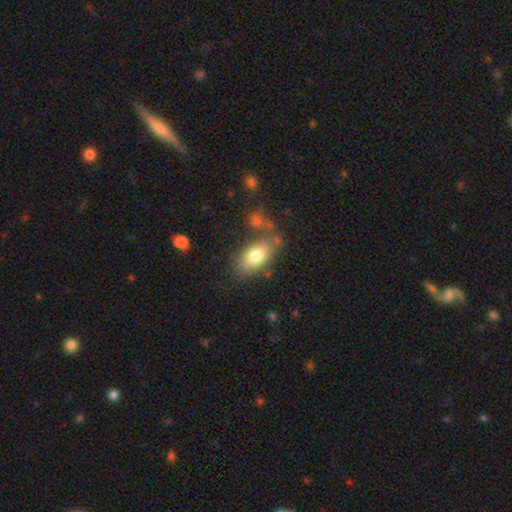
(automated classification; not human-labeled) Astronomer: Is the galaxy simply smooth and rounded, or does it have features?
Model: smooth — 78%.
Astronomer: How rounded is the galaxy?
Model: in between — 90%.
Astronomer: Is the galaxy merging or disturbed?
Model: none — 69%.